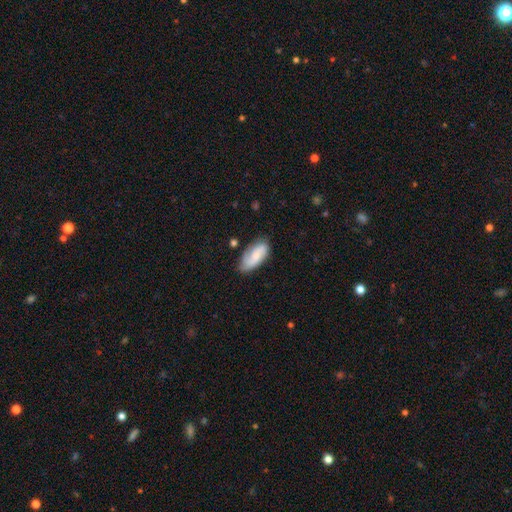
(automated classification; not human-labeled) smooth-or-featured: smooth: 60% | featured or disk: 33% | star or artifact: 7%
  how-rounded: in between: 86% | cigar-shaped: 12% | round: 2%
  merging: none: 68% | minor disturbance: 24% | major disturbance: 6% | merger: 3%